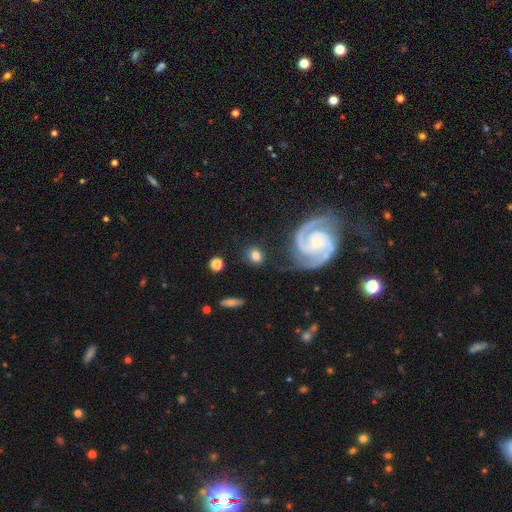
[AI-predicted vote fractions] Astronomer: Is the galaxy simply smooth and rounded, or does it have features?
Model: smooth — 55% (runner-up: featured or disk, 37%).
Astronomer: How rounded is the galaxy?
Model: round — 70%.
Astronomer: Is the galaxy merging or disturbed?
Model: none — 79%.